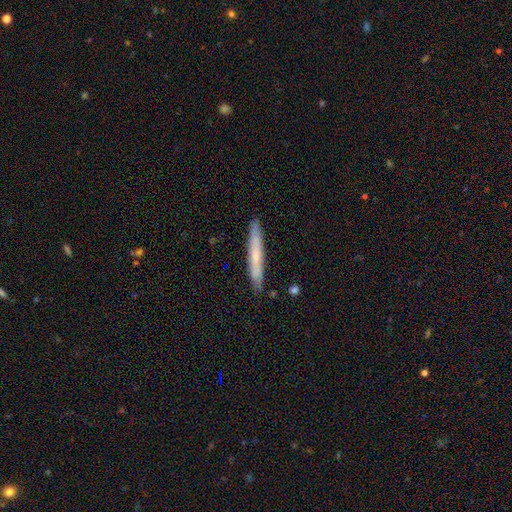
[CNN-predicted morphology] Smooth or featured: smooth — 61% (featured or disk — 33%)
How rounded: cigar-shaped — 96% (in between — 3%)
Merging: none — 89% (minor disturbance — 8%)